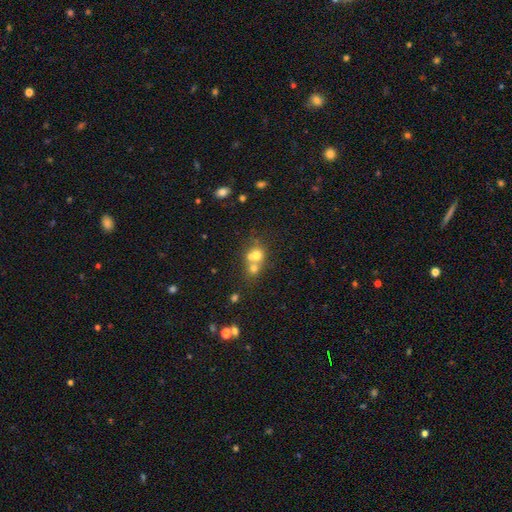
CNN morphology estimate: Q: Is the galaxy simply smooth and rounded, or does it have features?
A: smooth — 65%.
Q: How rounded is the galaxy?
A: round — 76%.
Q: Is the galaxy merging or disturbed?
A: merger — 62%.